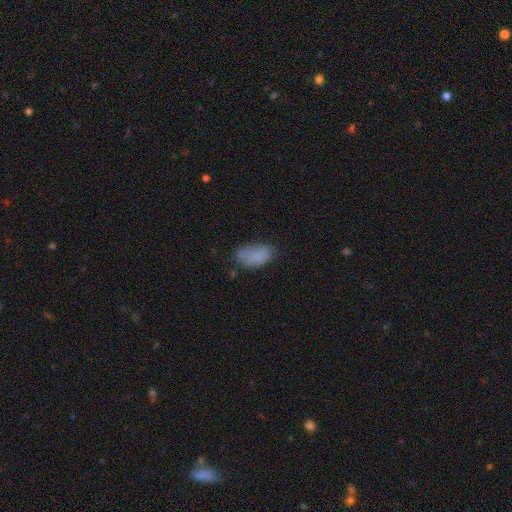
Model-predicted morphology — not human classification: Q: Smooth or featured?
A: smooth (82%); runner-up: star or artifact (10%)
Q: How rounded?
A: in between (93%); runner-up: round (4%)
Q: Merging?
A: none (57%); runner-up: minor disturbance (29%)